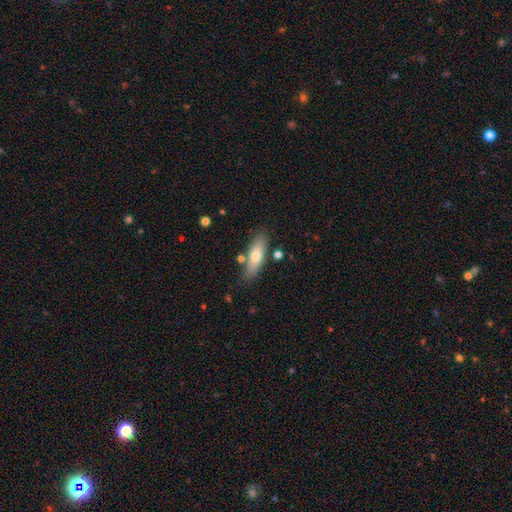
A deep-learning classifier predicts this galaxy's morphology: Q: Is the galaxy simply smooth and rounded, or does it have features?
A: smooth — 67%.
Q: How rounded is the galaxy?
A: in between — 55%.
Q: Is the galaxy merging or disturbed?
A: none — 80%.